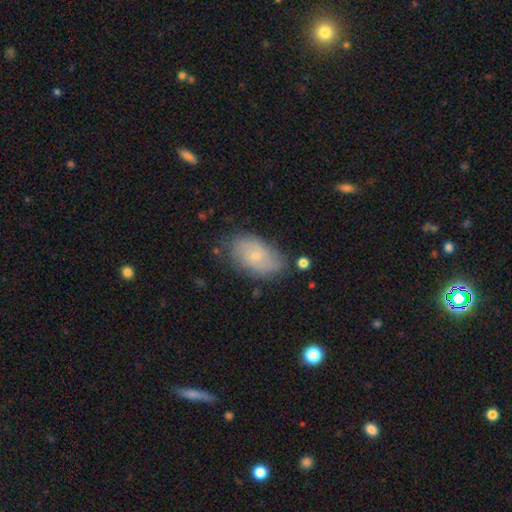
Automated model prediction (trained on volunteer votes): Smooth or featured?
  - featured or disk: 47% *
  - smooth: 45%
  - star or artifact: 8%
Merging?
  - none: 73% *
  - minor disturbance: 20%
  - major disturbance: 5%
  - merger: 2%